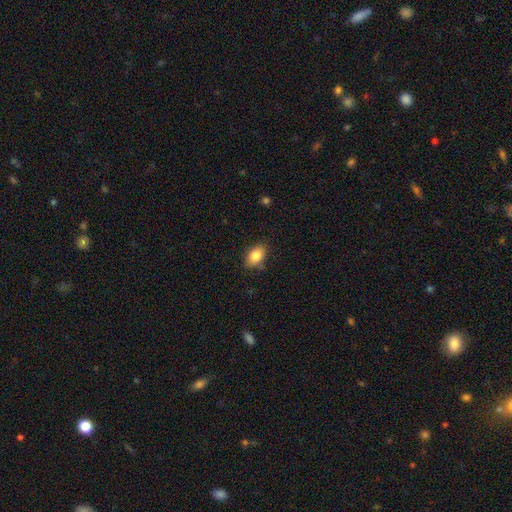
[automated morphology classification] A smooth galaxy with no disk features (84%) that is in between round and cigar-shaped (86%).

Vote fractions:
- Smooth or featured? smooth: 84% / featured or disk: 8% / star or artifact: 8%
- How rounded? in between: 86% / round: 12% / cigar-shaped: 2%
- Merging? none: 81% / minor disturbance: 15% / major disturbance: 3% / merger: 1%